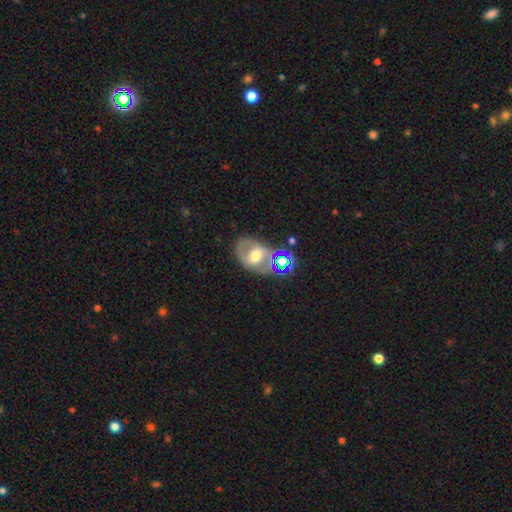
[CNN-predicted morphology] Smooth or featured? Predicted: featured or disk (p=0.62). Edge-on disk? Predicted: no (p=0.95). Bar? Predicted: weak (p=0.41). Spiral arms? Predicted: yes (p=0.67). Bulge size? Predicted: moderate (p=0.66). Merging? Predicted: none (p=0.59).